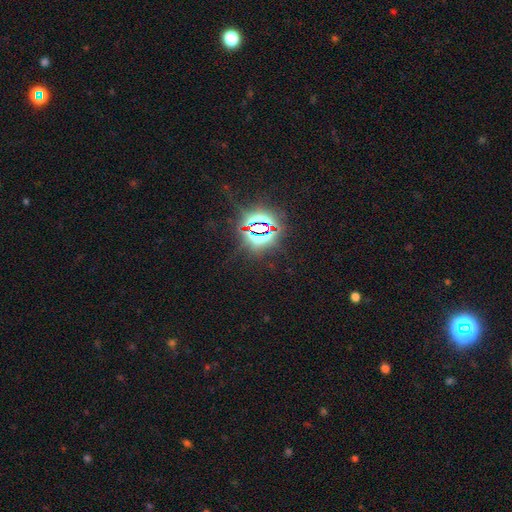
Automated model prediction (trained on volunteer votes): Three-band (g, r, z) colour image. It shows a star or artifact, not a galaxy (85%).